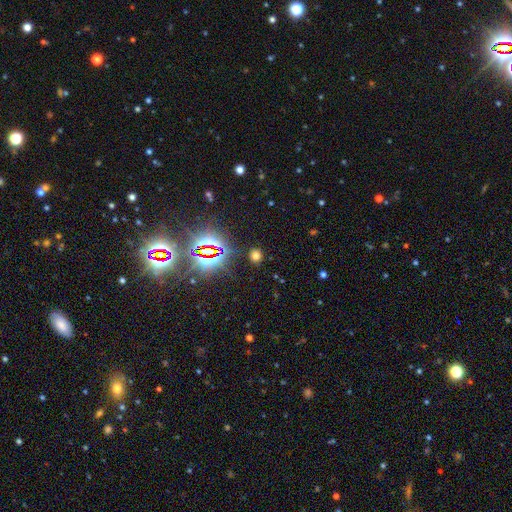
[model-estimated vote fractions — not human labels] Smooth or featured? smooth (57%)
How rounded? round (75%)
Merging? none (87%)